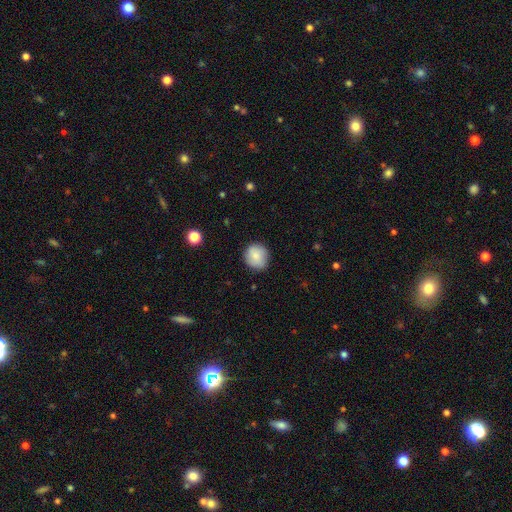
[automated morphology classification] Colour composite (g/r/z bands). It shows a smooth galaxy with no disk features (84%) that is round (88%). Merging: none (84%).